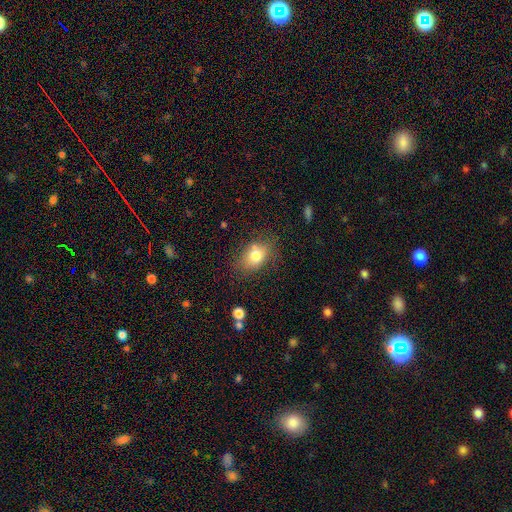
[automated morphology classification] Smooth or featured: smooth — 75% (featured or disk — 14%)
How rounded: in between — 70% (round — 29%)
Merging: none — 70% (minor disturbance — 20%)